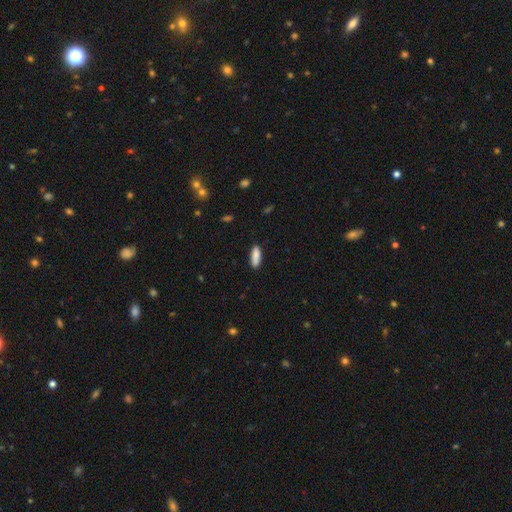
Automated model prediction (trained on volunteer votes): smooth-or-featured: smooth: 87% | featured or disk: 7% | star or artifact: 7%
  how-rounded: in between: 57% | cigar-shaped: 41% | round: 2%
  merging: none: 82% | minor disturbance: 13% | merger: 3% | major disturbance: 2%